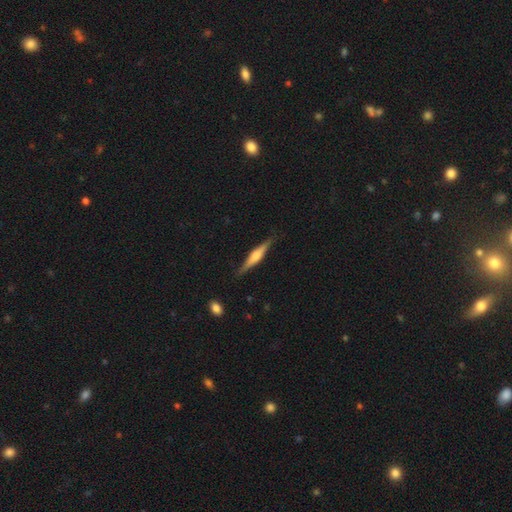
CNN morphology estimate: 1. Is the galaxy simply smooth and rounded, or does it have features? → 65% featured or disk, 29% smooth, 6% star or artifact.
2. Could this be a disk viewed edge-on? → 97% yes, 3% no.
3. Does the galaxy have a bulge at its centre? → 71% rounded, 22% boxy, 7% none.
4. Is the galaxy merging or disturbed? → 86% none, 10% minor disturbance, 2% major disturbance, 1% merger.